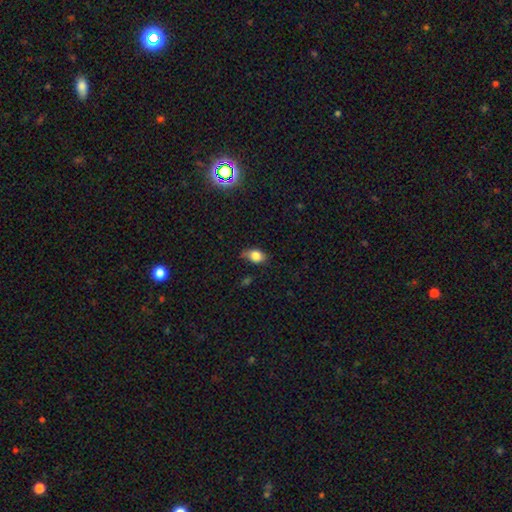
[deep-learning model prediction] The model was most divided on "merging": none: 63%, minor disturbance: 29%, major disturbance: 6%, merger: 2%. More confident: how rounded — in between (80%); smooth or featured — smooth (80%).